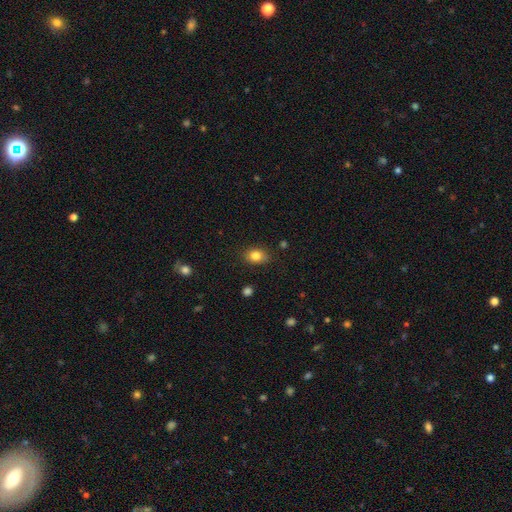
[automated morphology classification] This appears to be a smooth galaxy with no disk features (83%) that is in between round and cigar-shaped (63%). Merging: none (81%).